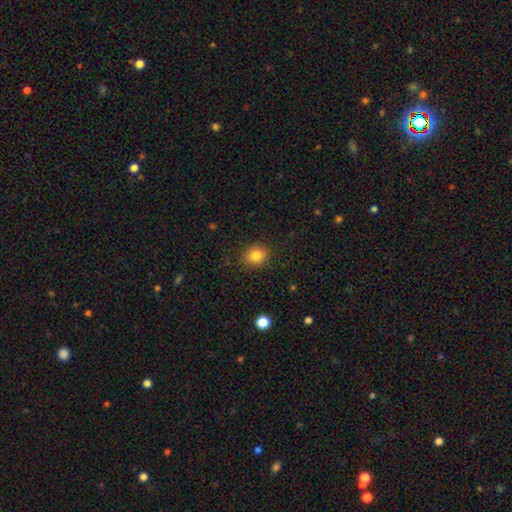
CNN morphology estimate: This appears to be a smooth galaxy with no disk features (83%) that is round (77%). Merging: none (88%).